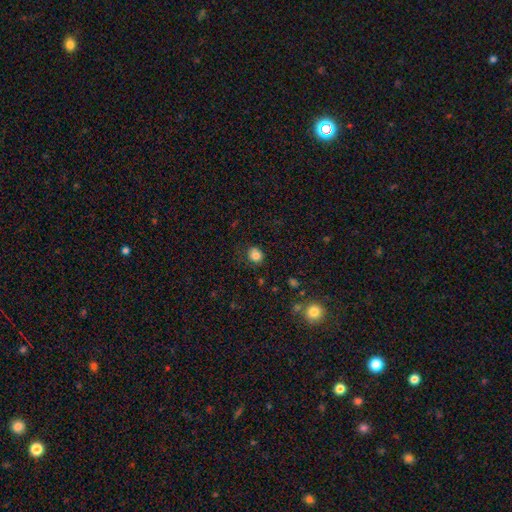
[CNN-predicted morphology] This is clearly a smooth galaxy (83%). How rounded: likely round (75%). Merging: likely none (75%).